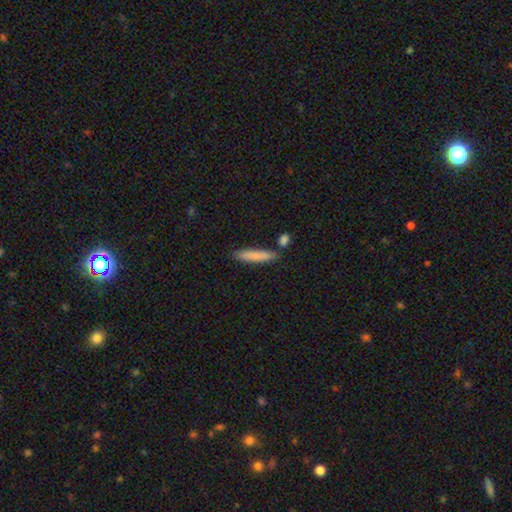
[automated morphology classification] A smooth galaxy with no disk features (82%) that is cigar-shaped (87%).

Vote fractions:
- Smooth or featured? smooth: 82% / featured or disk: 12% / star or artifact: 6%
- How rounded? cigar-shaped: 87% / in between: 11% / round: 2%
- Merging? none: 78% / minor disturbance: 12% / merger: 8% / major disturbance: 3%